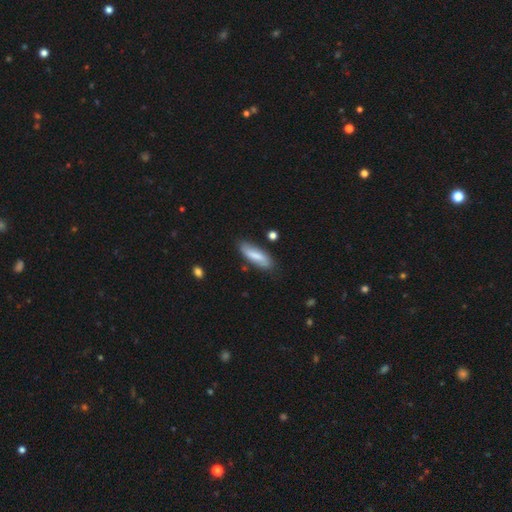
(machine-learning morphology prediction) smooth_or_featured: smooth (p=0.71) [alt: featured or disk p=0.23]
how_rounded: in between (p=0.53) [alt: cigar-shaped p=0.45]
merging: none (p=0.77) [alt: minor disturbance p=0.16]